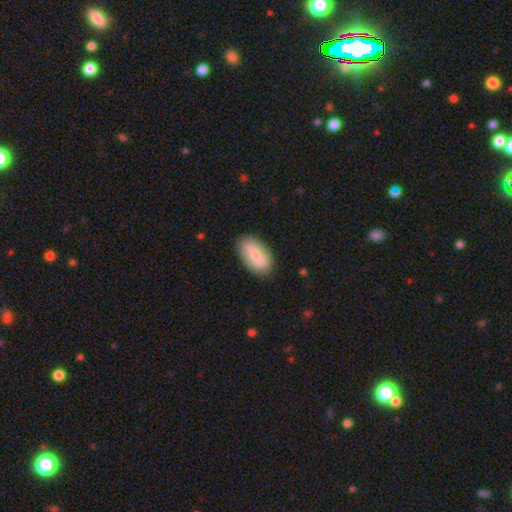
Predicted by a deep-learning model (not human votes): Smooth or featured? smooth (72%)
How rounded? in between (90%)
Merging? none (81%)